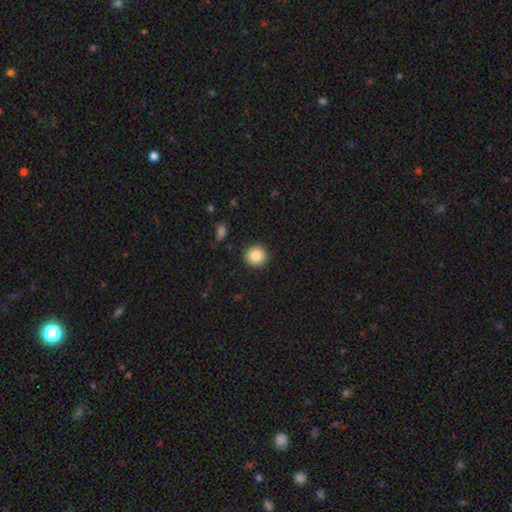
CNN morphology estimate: Q: Smooth or featured?
A: smooth (85%); runner-up: star or artifact (9%)
Q: How rounded?
A: round (95%); runner-up: in between (4%)
Q: Merging?
A: none (92%); runner-up: minor disturbance (5%)